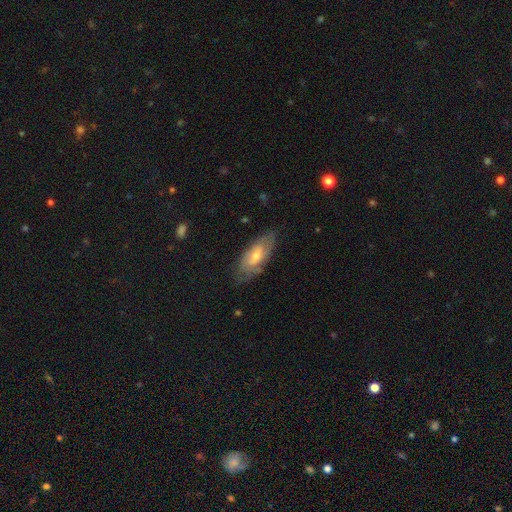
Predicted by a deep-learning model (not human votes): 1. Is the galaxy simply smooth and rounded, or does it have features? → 52% featured or disk, 42% smooth, 7% star or artifact.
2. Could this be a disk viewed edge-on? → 83% no, 17% yes.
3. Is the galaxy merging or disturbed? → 70% none, 22% minor disturbance, 6% major disturbance, 2% merger.